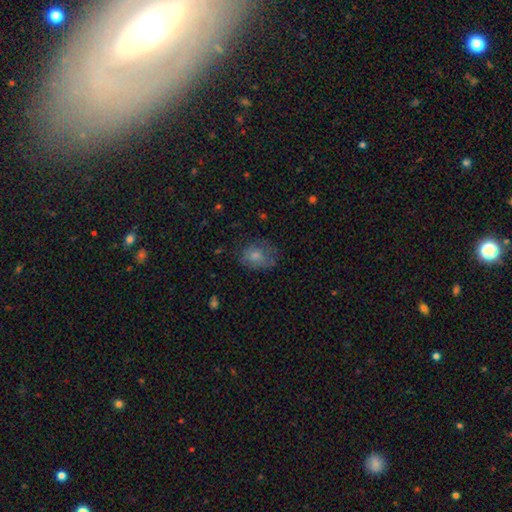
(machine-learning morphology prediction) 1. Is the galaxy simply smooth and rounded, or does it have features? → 73% smooth, 17% featured or disk, 10% star or artifact.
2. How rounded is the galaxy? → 50% in between, 49% round, 1% cigar-shaped.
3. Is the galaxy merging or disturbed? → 58% none, 26% minor disturbance, 14% major disturbance, 2% merger.